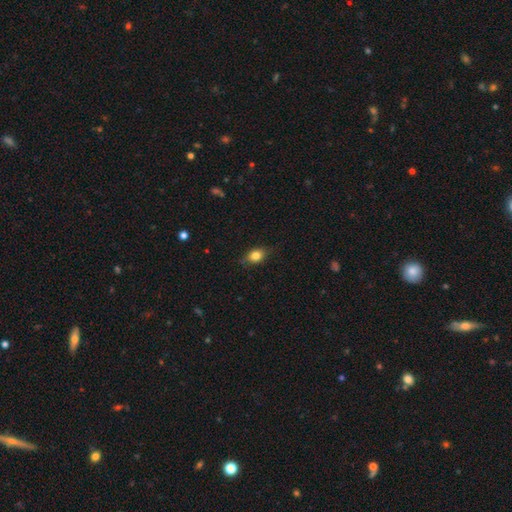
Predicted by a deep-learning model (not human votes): Morphology: type=smooth (82%); roundness=in between (70%); merging=none (78%).